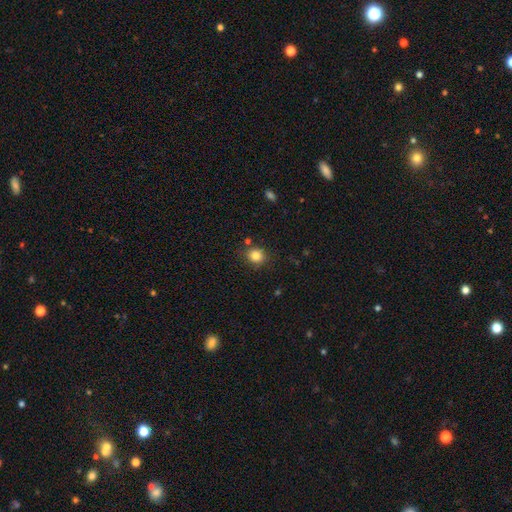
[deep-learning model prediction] A smooth galaxy with no disk features (83%) that is round (81%).

Vote fractions:
- Smooth or featured? smooth: 83% / star or artifact: 11% / featured or disk: 5%
- How rounded? round: 81% / in between: 18% / cigar-shaped: 1%
- Merging? none: 81% / minor disturbance: 11% / merger: 5% / major disturbance: 3%